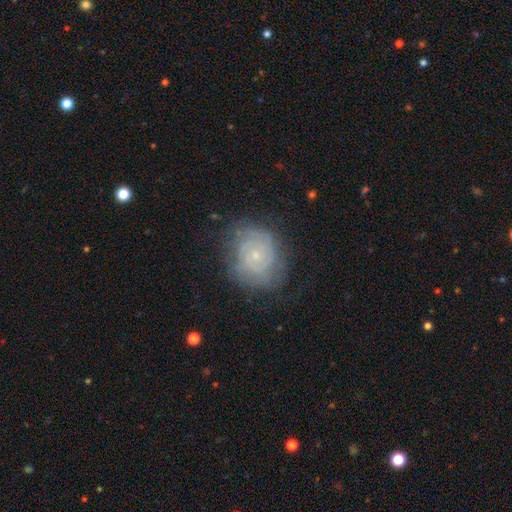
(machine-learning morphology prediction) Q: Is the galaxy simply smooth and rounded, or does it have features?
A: featured or disk — 70%.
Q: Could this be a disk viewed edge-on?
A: no — 98%.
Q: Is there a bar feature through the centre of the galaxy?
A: no — 81%.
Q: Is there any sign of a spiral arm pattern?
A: yes — 87%.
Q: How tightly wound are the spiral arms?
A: tight — 72%.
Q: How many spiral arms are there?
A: can't tell — 44%.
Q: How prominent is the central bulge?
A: small — 82%.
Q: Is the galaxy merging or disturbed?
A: none — 72%.